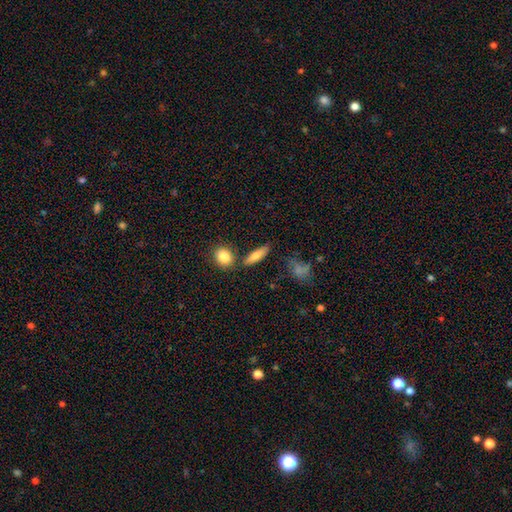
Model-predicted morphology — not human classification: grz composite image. It shows a smooth galaxy with no disk features (75%) that is cigar-shaped (52%). Merging: none (77%).